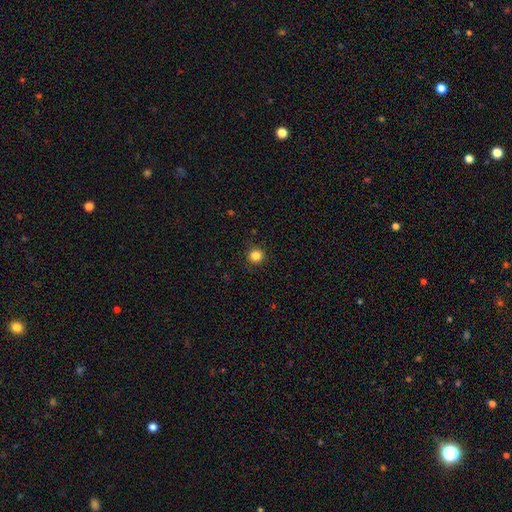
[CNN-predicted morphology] Q: Smooth or featured?
A: smooth (85%); runner-up: star or artifact (12%)
Q: How rounded?
A: round (94%); runner-up: in between (5%)
Q: Merging?
A: none (91%); runner-up: minor disturbance (6%)